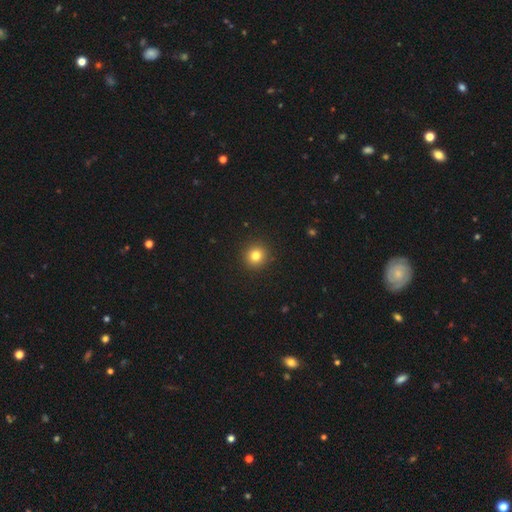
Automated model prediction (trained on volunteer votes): smooth_or_featured: smooth (p=0.81) [alt: star or artifact p=0.12]
how_rounded: round (p=0.94) [alt: in between p=0.05]
merging: none (p=0.93) [alt: minor disturbance p=0.05]